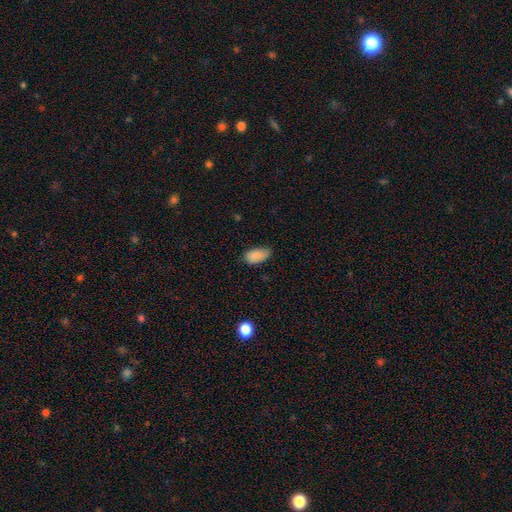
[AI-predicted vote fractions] Smooth or featured: smooth — 86% (star or artifact — 8%)
How rounded: in between — 94% (round — 4%)
Merging: none — 67% (minor disturbance — 28%)